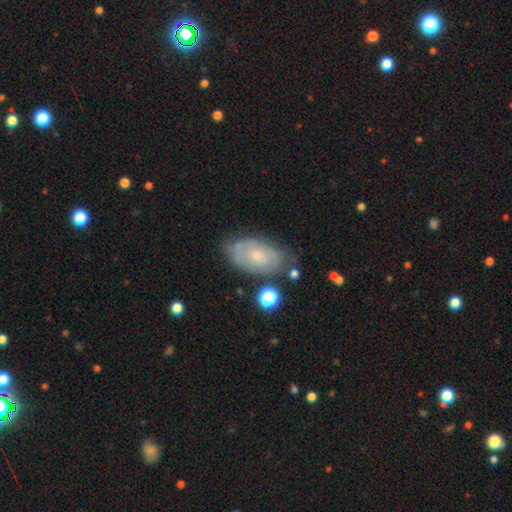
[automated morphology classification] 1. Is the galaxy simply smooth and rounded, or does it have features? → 47% smooth, 45% featured or disk, 8% star or artifact.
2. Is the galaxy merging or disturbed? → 64% none, 24% minor disturbance, 8% major disturbance, 4% merger.